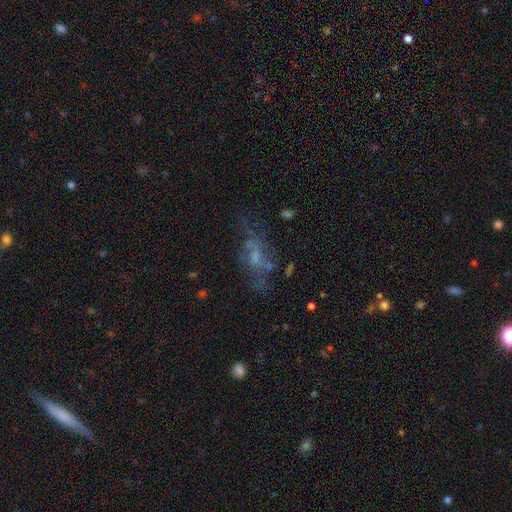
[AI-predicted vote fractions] This is possibly a featured or disk galaxy (51%). It is clearly not viewed edge-on (89%). Merging: possibly none (47%).